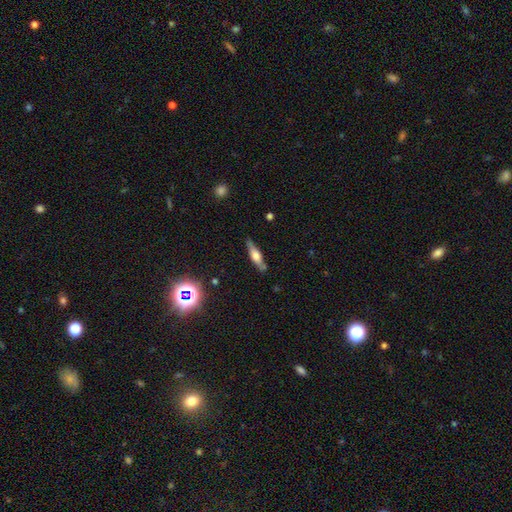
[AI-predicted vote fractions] featured or disk 52%, smooth 40%, star or artifact 8%. Down the decision tree: edge-on disk — yes (90%); merging — none (82%).